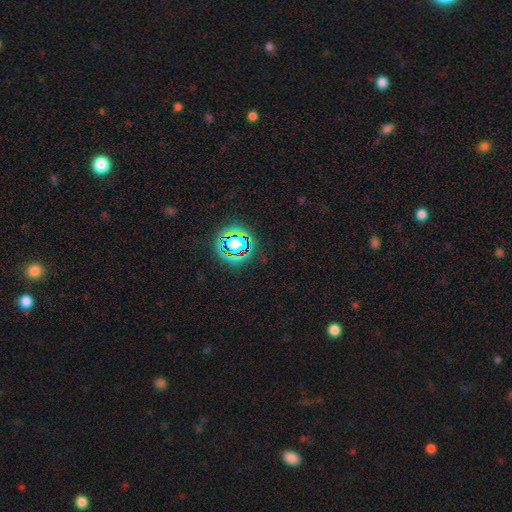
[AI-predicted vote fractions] smooth_or_featured: star or artifact (p=0.78) [alt: smooth p=0.14]